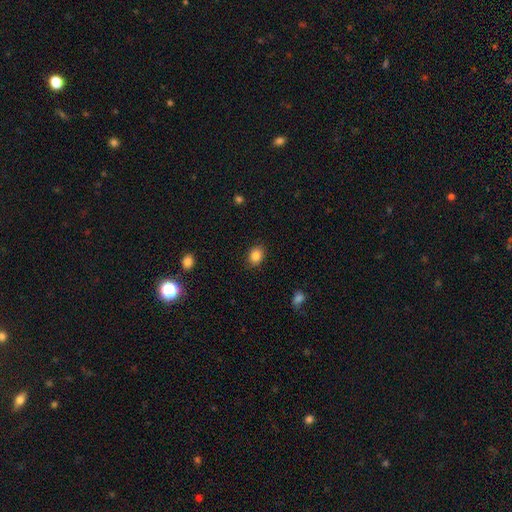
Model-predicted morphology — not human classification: A smooth galaxy with no disk features (86%) that is in between round and cigar-shaped (59%). Merging: none (86%).